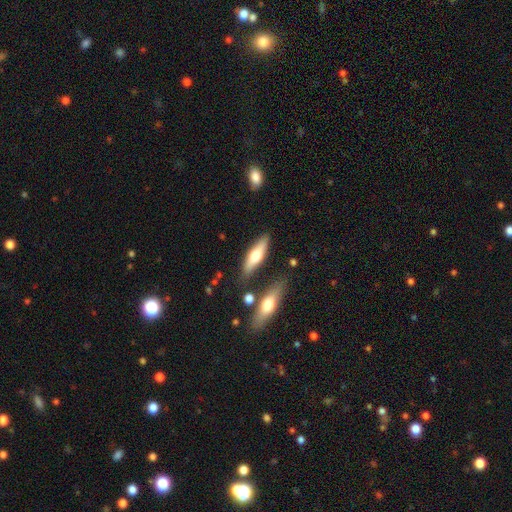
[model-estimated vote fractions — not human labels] This appears to be a smooth galaxy with no disk features (53%) that is cigar-shaped (59%). Merging: none (80%).